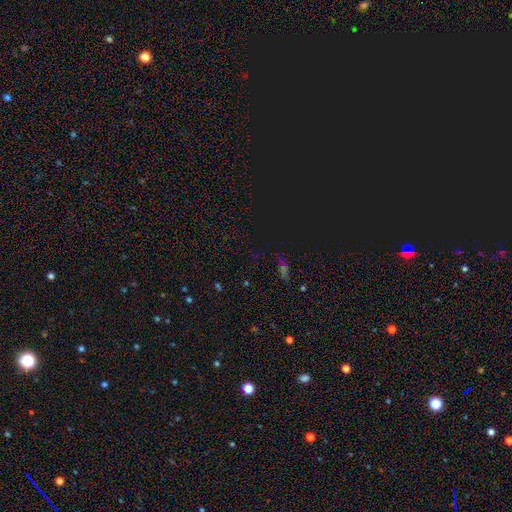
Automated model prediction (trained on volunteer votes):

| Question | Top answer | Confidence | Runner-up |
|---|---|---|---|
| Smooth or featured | star or artifact | 60% | smooth (31%) |